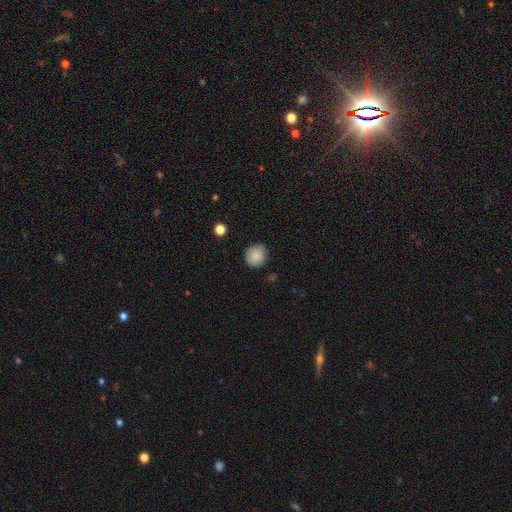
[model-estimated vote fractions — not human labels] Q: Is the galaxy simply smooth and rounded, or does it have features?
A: smooth — 87%.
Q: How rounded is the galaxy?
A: round — 90%.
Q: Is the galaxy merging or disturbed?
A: none — 85%.